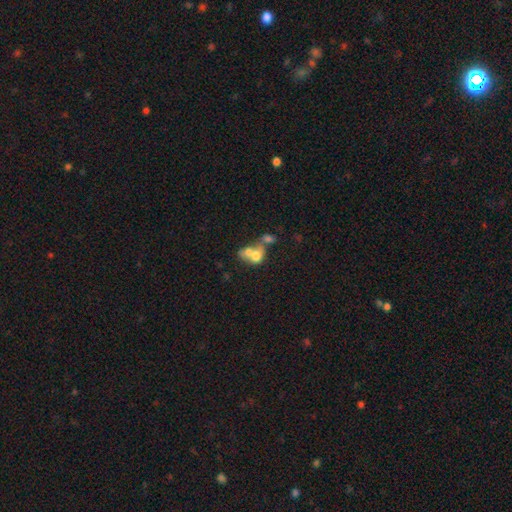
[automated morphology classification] This is likely a smooth galaxy (62%). How rounded: possibly in between (55%). Merging: likely merger (69%).